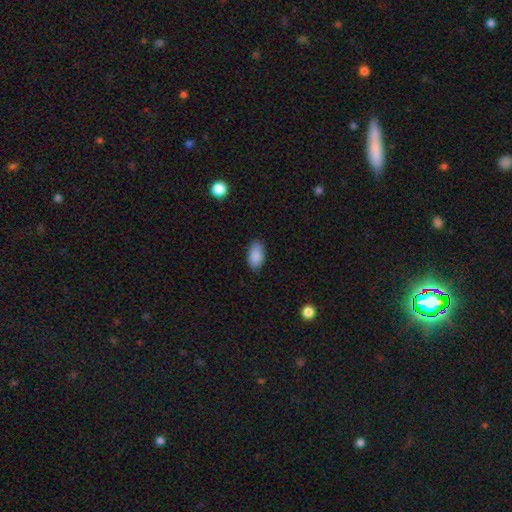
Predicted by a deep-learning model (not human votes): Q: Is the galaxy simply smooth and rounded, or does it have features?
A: smooth — 88%.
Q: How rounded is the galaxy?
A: in between — 94%.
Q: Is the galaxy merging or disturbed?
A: none — 85%.